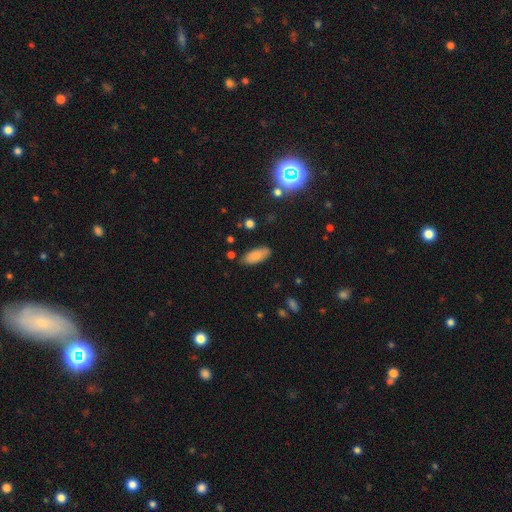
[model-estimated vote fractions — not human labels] A smooth galaxy with no disk features (84%) that is in between round and cigar-shaped (83%). Merging: none (84%).